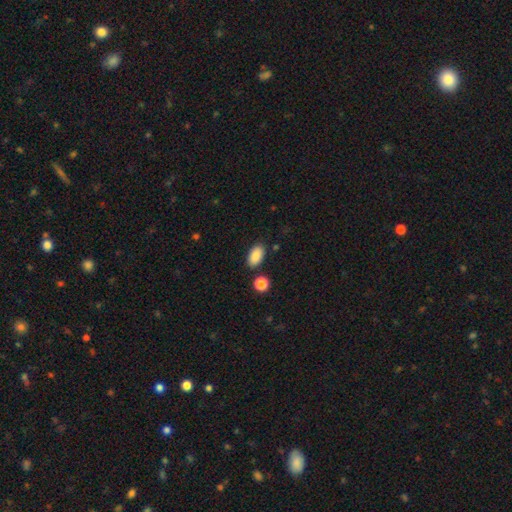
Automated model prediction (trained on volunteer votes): smooth-or-featured: smooth: 88% | star or artifact: 8% | featured or disk: 4%
  how-rounded: in between: 92% | round: 4% | cigar-shaped: 3%
  merging: none: 84% | minor disturbance: 10% | merger: 4% | major disturbance: 3%